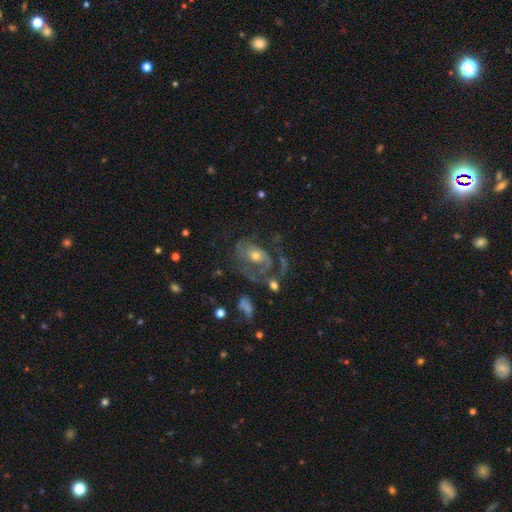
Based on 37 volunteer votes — Smooth or featured? 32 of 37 (86%) said featured or disk. Edge-on disk? 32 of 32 (100%) said no. Bar? 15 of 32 (47%) said no. Spiral arms? 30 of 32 (94%) said yes. Spiral winding? 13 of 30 (43%) said medium. Spiral arm count? 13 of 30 (43%) said 2. Bulge size? 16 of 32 (50%) said small. Merging? 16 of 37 (43%) said major disturbance.